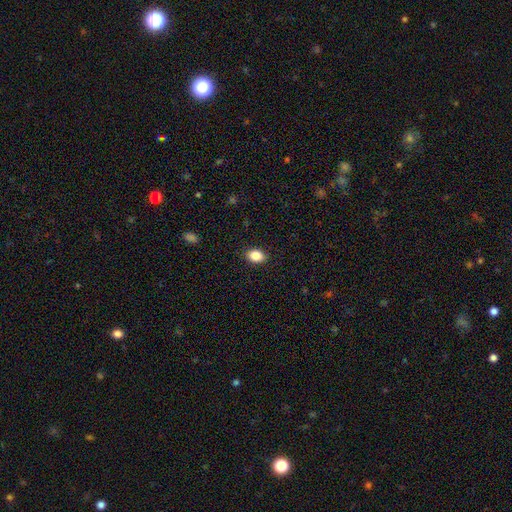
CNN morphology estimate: Smooth or featured?
  - smooth: 86% *
  - star or artifact: 9%
  - featured or disk: 5%
How rounded?
  - in between: 74% *
  - round: 24%
  - cigar-shaped: 1%
Merging?
  - none: 89% *
  - minor disturbance: 8%
  - major disturbance: 2%
  - merger: 1%